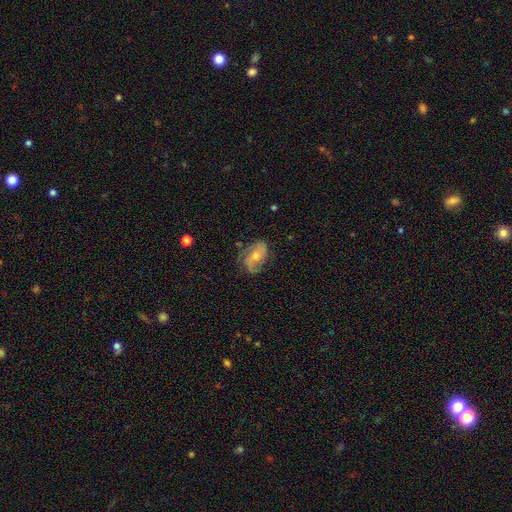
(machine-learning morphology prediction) Overall: featured or disk (68%). Edge-on disk: no (95%). Bar: no (60%; weak 30%). Spiral arms: yes (87%). Spiral arm count: 2 (64%). Spiral winding: medium (40%; loose 32%). Bulge size: moderate (54%; small 41%). Merging: none (68%).